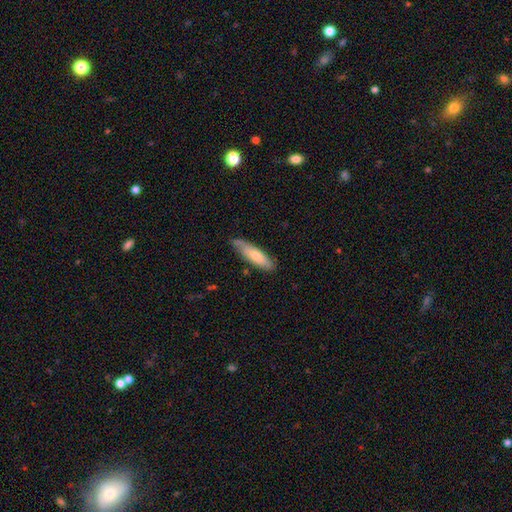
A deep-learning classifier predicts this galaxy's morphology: smooth_or_featured: smooth (p=0.69) [alt: featured or disk p=0.25]
how_rounded: cigar-shaped (p=0.63) [alt: in between p=0.35]
merging: none (p=0.75) [alt: minor disturbance p=0.20]